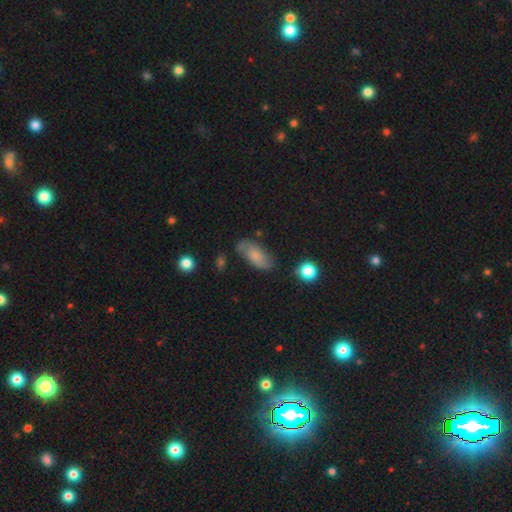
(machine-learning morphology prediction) type=smooth (61%); roundness=in between (88%); merging=none (65%).